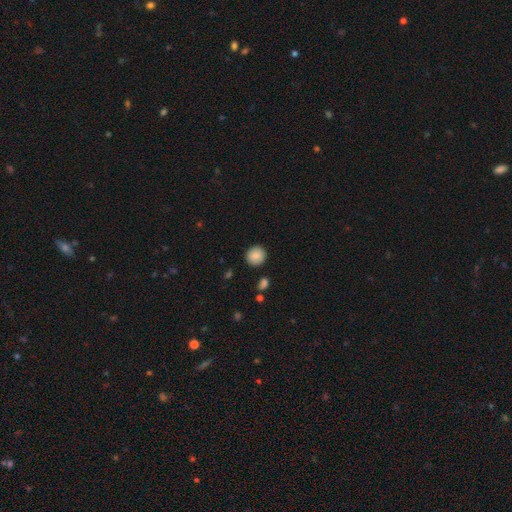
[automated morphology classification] smooth-or-featured: smooth: 87% | star or artifact: 8% | featured or disk: 6%
  how-rounded: round: 91% | in between: 8% | cigar-shaped: 1%
  merging: none: 90% | minor disturbance: 7% | major disturbance: 2% | merger: 2%